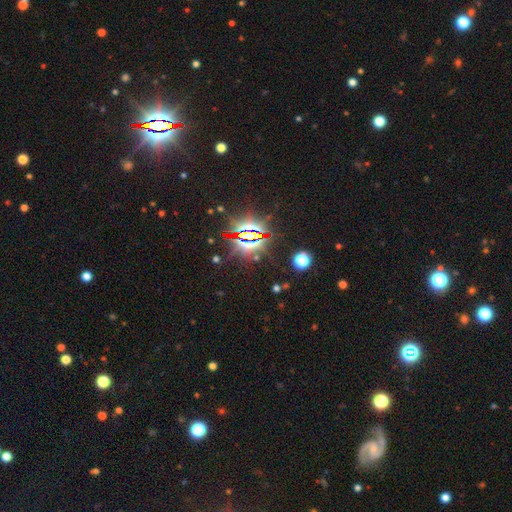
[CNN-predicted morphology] Smooth or featured? star or artifact (83%)